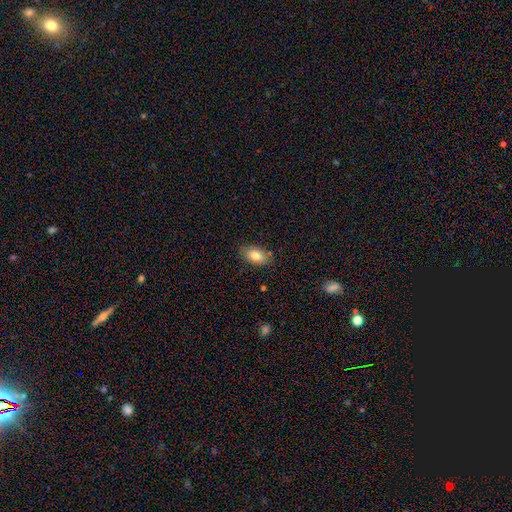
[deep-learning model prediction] smooth_or_featured: smooth (p=0.81) [alt: featured or disk p=0.12]
how_rounded: in between (p=0.91) [alt: round p=0.06]
merging: none (p=0.83) [alt: minor disturbance p=0.13]